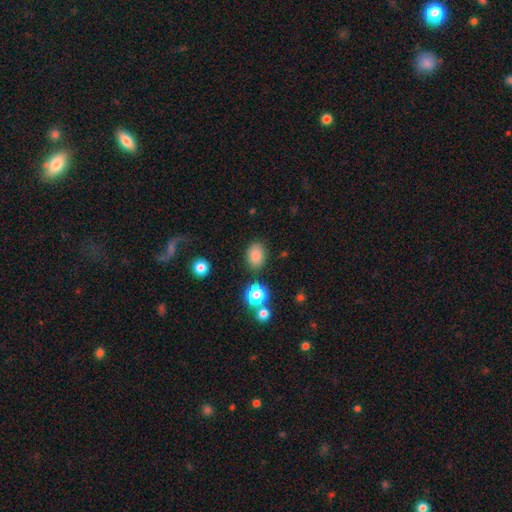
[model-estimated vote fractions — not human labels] Morphology: type=smooth (83%); roundness=in between (72%); merging=none (82%).